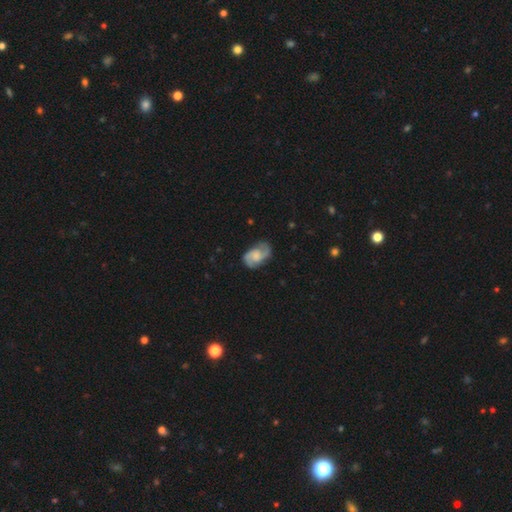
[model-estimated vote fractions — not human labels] Smooth or featured?
  - featured or disk: 78% *
  - smooth: 17%
  - star or artifact: 6%
Edge-on disk?
  - no: 98% *
  - yes: 2%
Bar?
  - no: 57% *
  - weak: 37%
  - strong: 6%
Spiral arms?
  - yes: 96% *
  - no: 4%
Spiral winding?
  - medium: 51% *
  - loose: 27%
  - tight: 23%
Spiral arm count?
  - 2: 88% *
  - can't tell: 5%
  - 3: 3%
  - 1: 2%
  - 4: 1%
  - more than 4: 1%
Bulge size?
  - moderate: 32% *
  - none: 28%
  - small: 24%
  - large: 14%
  - dominant: 2%
Merging?
  - none: 74% *
  - minor disturbance: 18%
  - major disturbance: 6%
  - merger: 1%